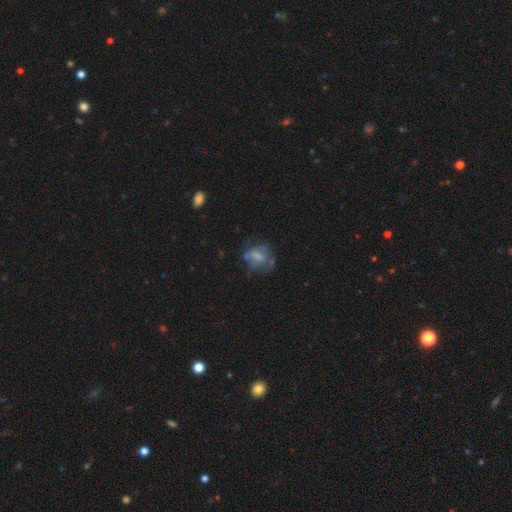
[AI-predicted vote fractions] The model was most divided on "smooth or featured": featured or disk: 41%, smooth: 38%, star or artifact: 21%. More confident: merging — none (59%).